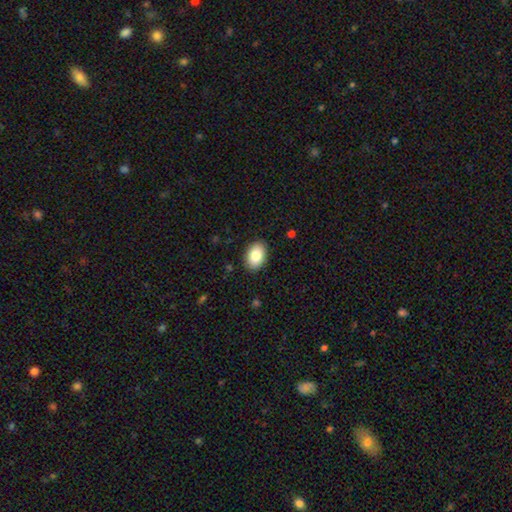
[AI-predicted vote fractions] A smooth galaxy with no disk features (84%) that is in between round and cigar-shaped (84%). Merging: none (89%).